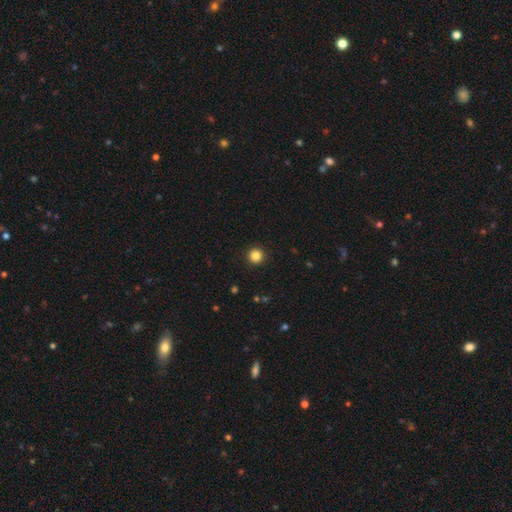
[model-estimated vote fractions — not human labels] The model was most divided on "smooth or featured": smooth: 85%, star or artifact: 11%, featured or disk: 4%. More confident: how rounded — round (96%); merging — none (93%).